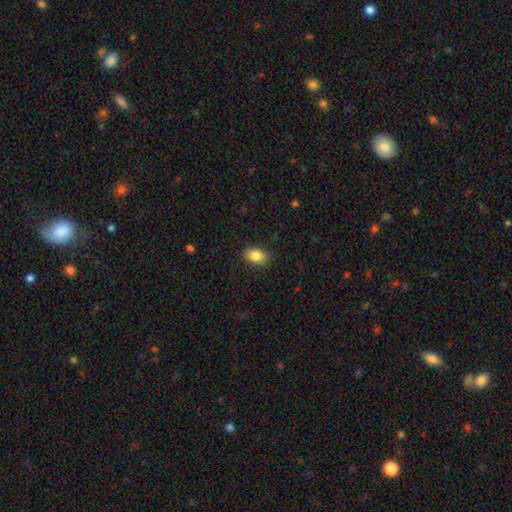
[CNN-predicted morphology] smooth-or-featured: smooth: 85% | star or artifact: 8% | featured or disk: 7%
  how-rounded: in between: 83% | round: 15% | cigar-shaped: 1%
  merging: none: 86% | minor disturbance: 10% | major disturbance: 2% | merger: 1%